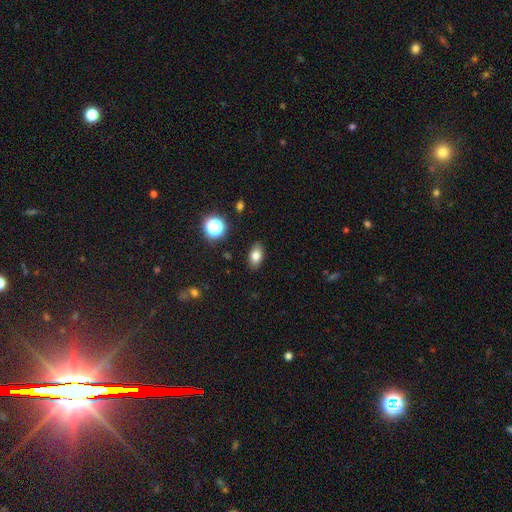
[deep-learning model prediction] Smooth or featured? Predicted: smooth (p=0.80). How rounded? Predicted: in between (p=0.86). Merging? Predicted: none (p=0.87).